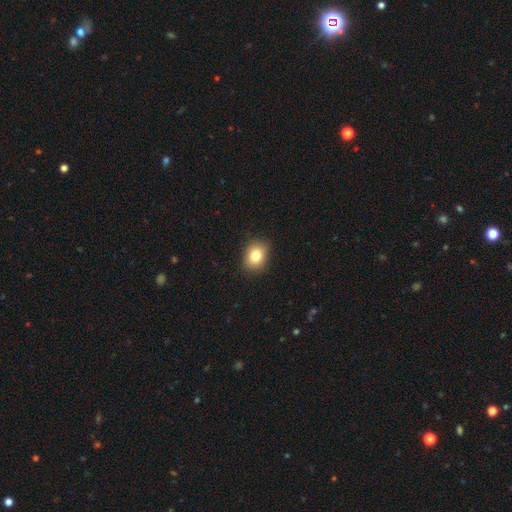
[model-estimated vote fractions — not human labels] smooth-or-featured: smooth: 80% | star or artifact: 11% | featured or disk: 9%
  how-rounded: round: 51% | in between: 48% | cigar-shaped: 1%
  merging: none: 88% | minor disturbance: 9% | major disturbance: 2% | merger: 1%